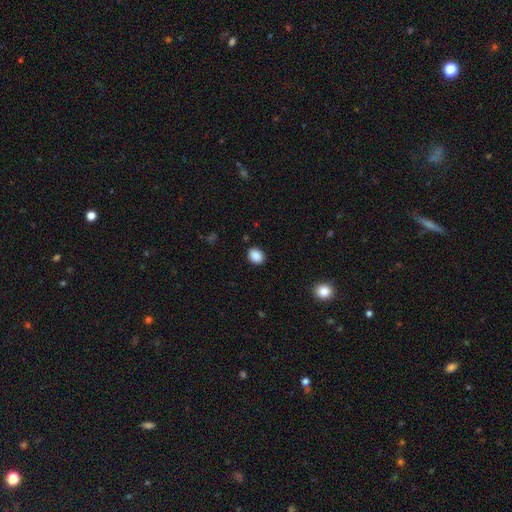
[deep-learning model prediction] smooth-or-featured: smooth: 89% | star or artifact: 9% | featured or disk: 3%
  how-rounded: in between: 50% (tied) | round: 50% (tied) | cigar-shaped: 1%
  merging: none: 89% | minor disturbance: 8% | major disturbance: 2% | merger: 1%